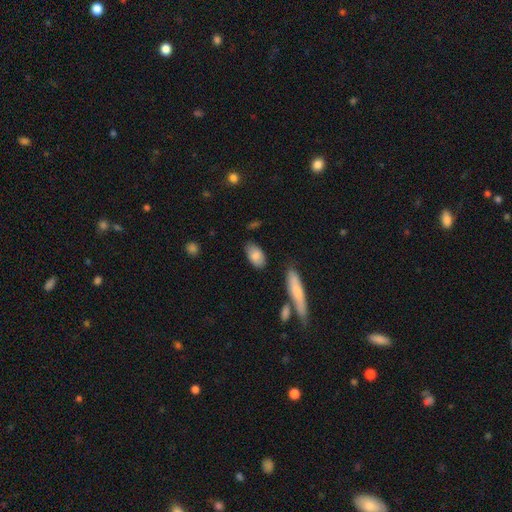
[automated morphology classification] Overall: smooth (83%). How rounded: in between (91%). Merging: none (77%).